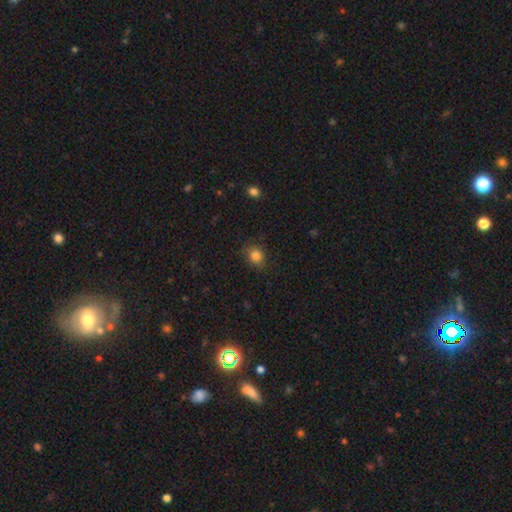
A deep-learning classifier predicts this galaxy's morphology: Smooth or featured?
  - smooth: 83% *
  - star or artifact: 12%
  - featured or disk: 6%
How rounded?
  - round: 59% *
  - in between: 40%
  - cigar-shaped: 1%
Merging?
  - none: 79% *
  - minor disturbance: 16%
  - major disturbance: 4%
  - merger: 1%